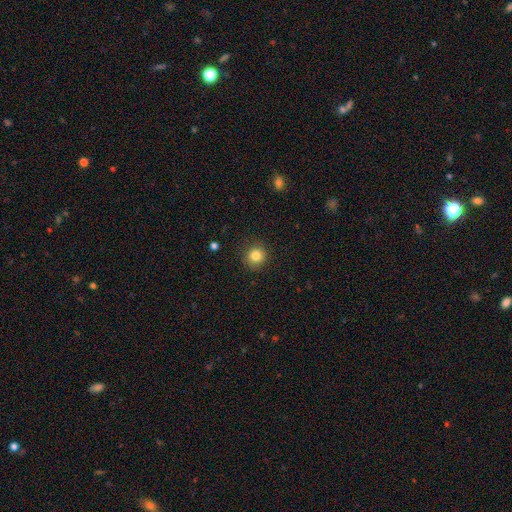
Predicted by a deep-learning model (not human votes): This appears to be a smooth galaxy with no disk features (83%) that is round (92%). Merging: none (90%).